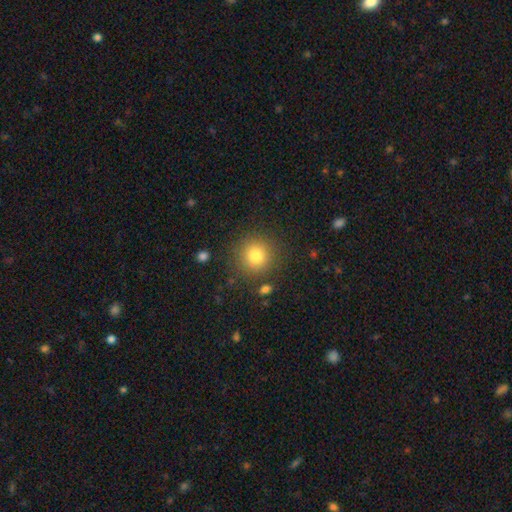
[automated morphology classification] type=smooth (80%); roundness=round (93%); merging=none (86%).